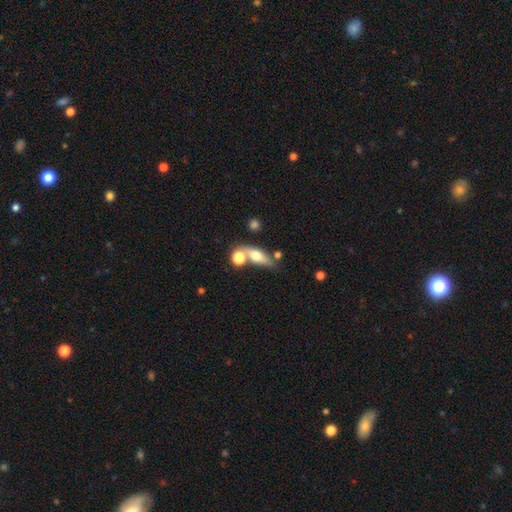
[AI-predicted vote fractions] This is possibly a smooth galaxy (58%). How rounded: possibly in between (52%). Merging: possibly none (55%).